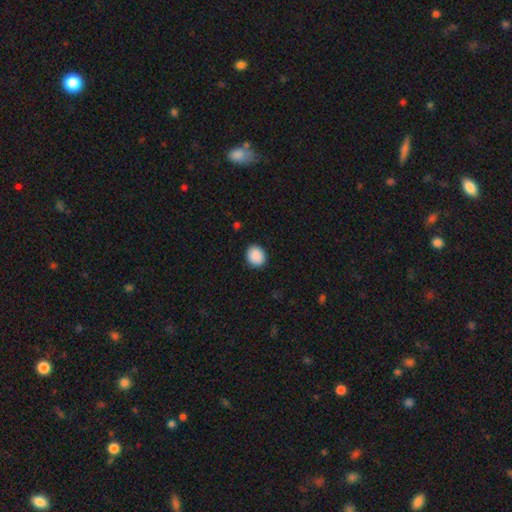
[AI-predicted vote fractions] A smooth galaxy with no disk features (90%) that is round (66%). Merging: none (90%).